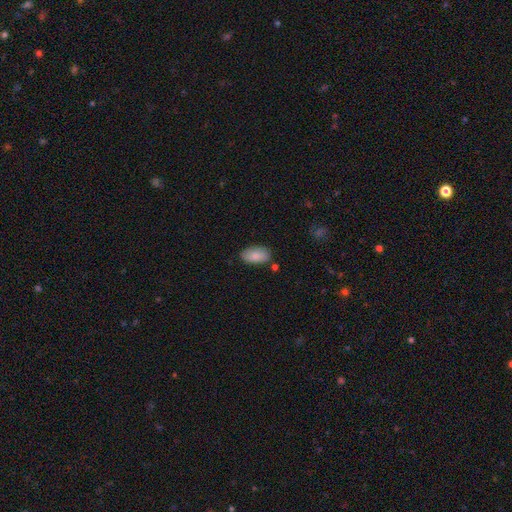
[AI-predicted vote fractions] The model was most divided on "merging": none: 79%, minor disturbance: 14%, merger: 4%, major disturbance: 3%. More confident: how rounded — in between (94%); smooth or featured — smooth (86%).